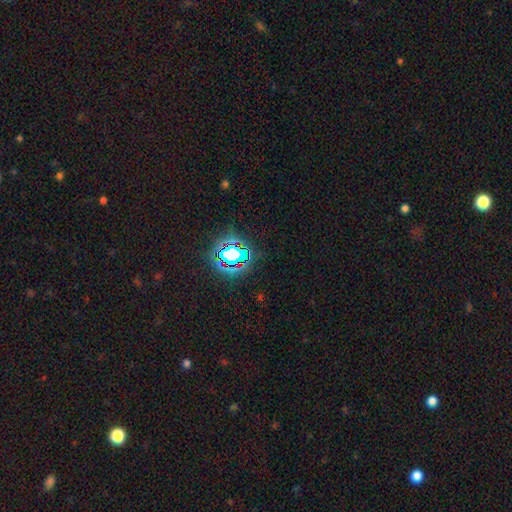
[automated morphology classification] Overall: star or artifact (81%).